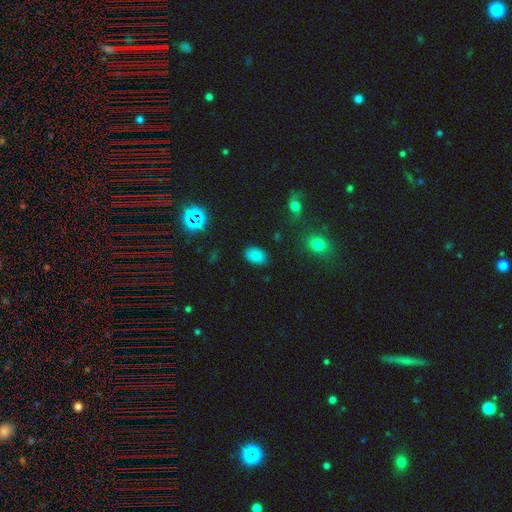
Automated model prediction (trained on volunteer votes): smooth_or_featured: smooth (p=0.81) [alt: star or artifact p=0.14]
how_rounded: in between (p=0.82) [alt: round p=0.17]
merging: none (p=0.85) [alt: minor disturbance p=0.10]